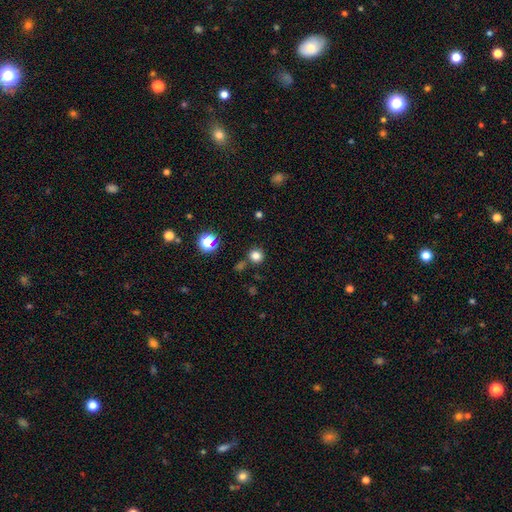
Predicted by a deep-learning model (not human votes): Morphology: type=smooth (79%); roundness=round (93%); merging=none (83%).